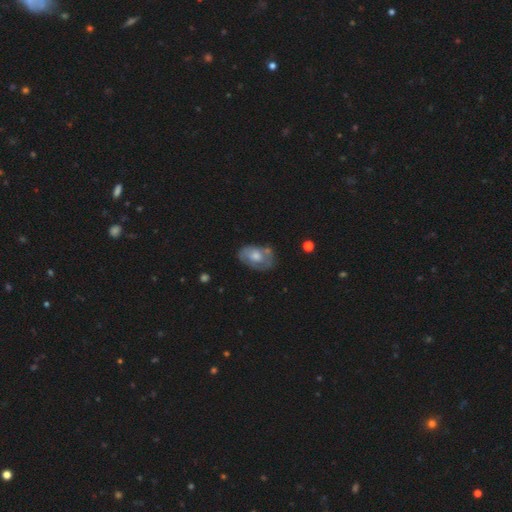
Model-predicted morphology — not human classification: type=featured or disk (50%); merging=none (53%).